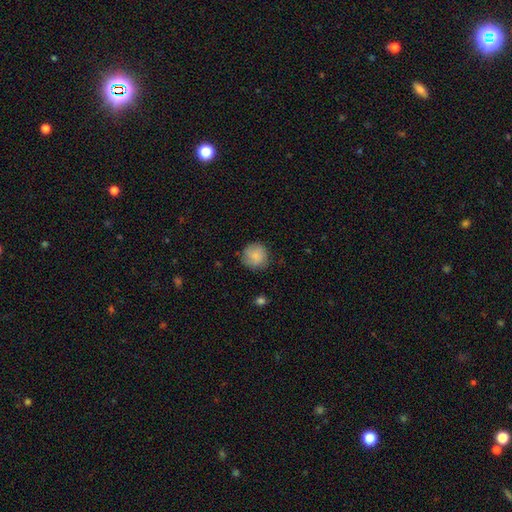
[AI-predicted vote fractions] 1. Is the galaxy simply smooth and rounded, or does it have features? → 84% smooth, 9% featured or disk, 7% star or artifact.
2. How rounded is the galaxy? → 93% round, 6% in between, 1% cigar-shaped.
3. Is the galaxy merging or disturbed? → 83% none, 13% minor disturbance, 3% major disturbance, 1% merger.